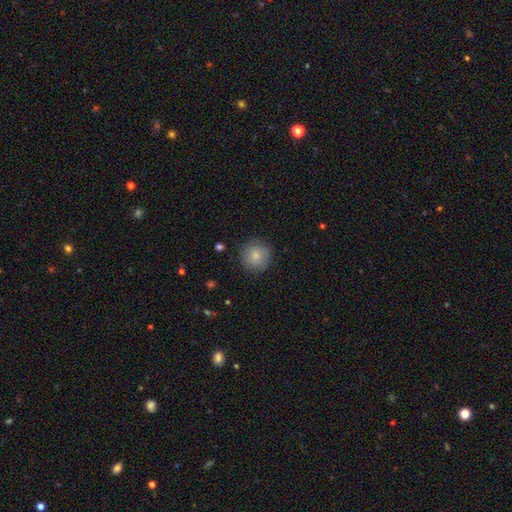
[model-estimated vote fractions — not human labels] A smooth galaxy with no disk features (83%) that is round (93%). Merging: none (86%).